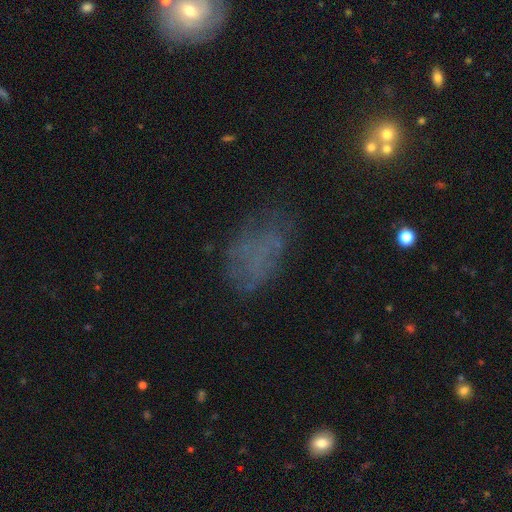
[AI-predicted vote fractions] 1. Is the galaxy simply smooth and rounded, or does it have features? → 45% smooth, 28% featured or disk, 27% star or artifact.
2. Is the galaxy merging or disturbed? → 53% none, 23% minor disturbance, 21% major disturbance, 3% merger.